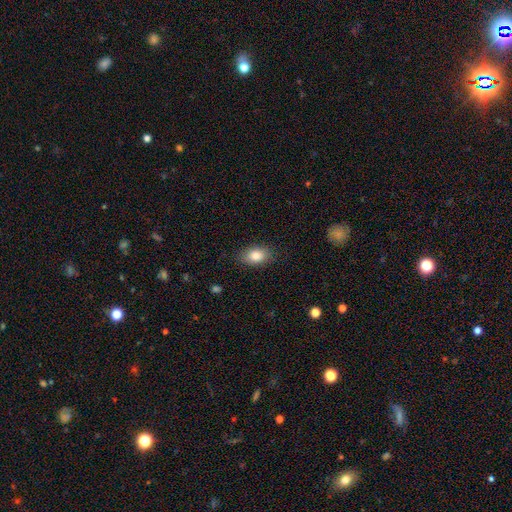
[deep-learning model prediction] The model was most divided on "merging": none: 84%, minor disturbance: 12%, major disturbance: 3%, merger: 1%. More confident: how rounded — in between (88%); smooth or featured — smooth (85%).